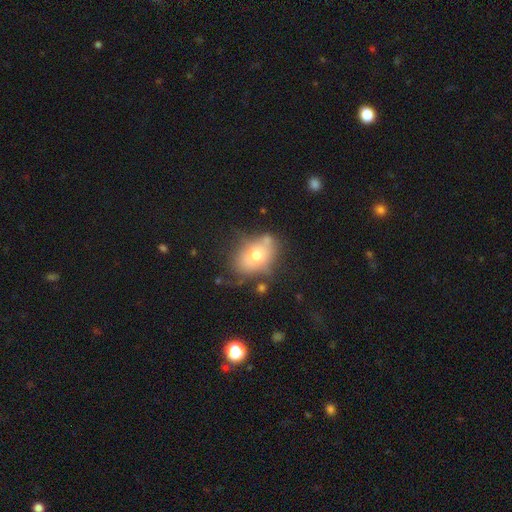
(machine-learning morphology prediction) Smooth or featured: smooth — 64% (featured or disk — 25%)
How rounded: in between — 72% (round — 27%)
Merging: none — 56% (minor disturbance — 24%)